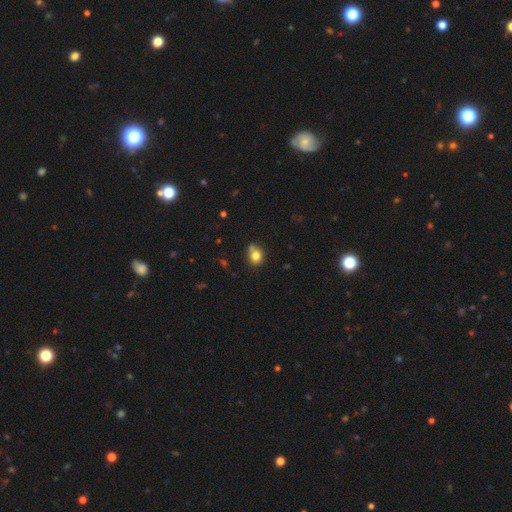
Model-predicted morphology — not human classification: A smooth galaxy with no disk features (79%) that is round (68%). Merging: none (61%).